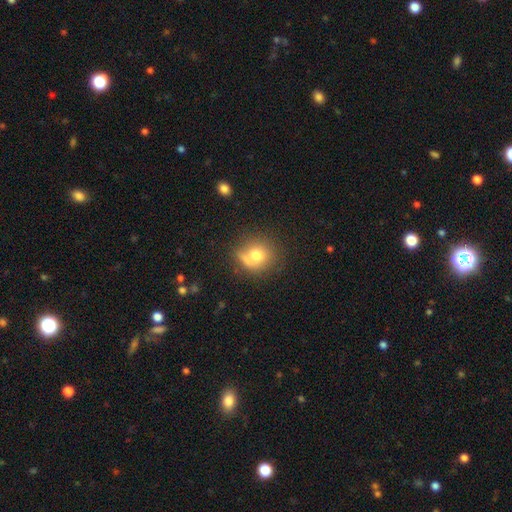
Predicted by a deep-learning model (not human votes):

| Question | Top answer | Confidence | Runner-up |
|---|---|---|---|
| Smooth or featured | smooth | 72% | featured or disk (17%) |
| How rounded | round | 85% | in between (13%) |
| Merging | none | 53% | minor disturbance (19%) |